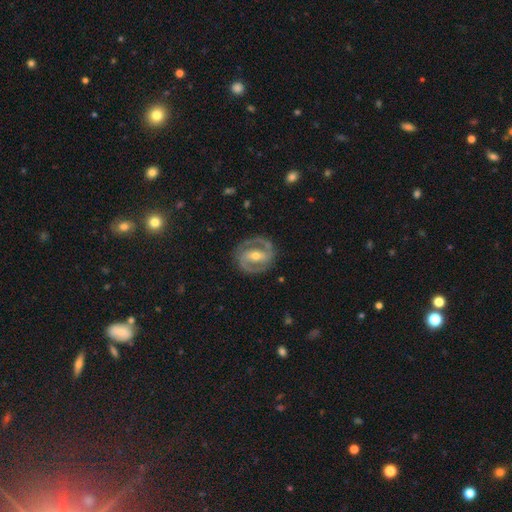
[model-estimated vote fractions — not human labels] This is clearly a featured or disk galaxy (87%). It is clearly not viewed edge-on (97%). Bar: possibly strong (50%). Spiral arm pattern: clearly yes (92%). Spiral arm count: clearly 2 (91%). Spiral winding: possibly medium (48%). Central bulge: possibly moderate (57%). Merging: clearly none (84%).